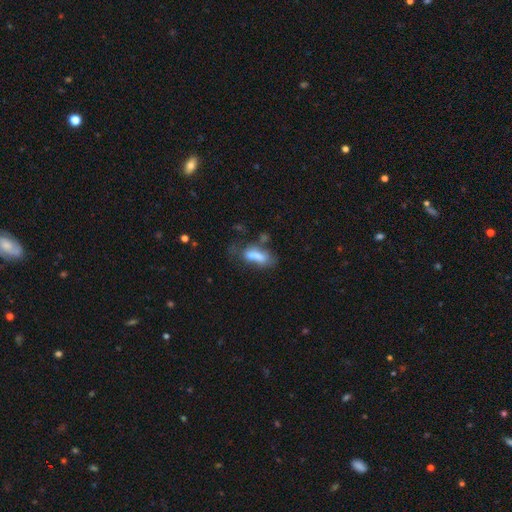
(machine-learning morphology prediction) Smooth or featured: smooth — 61% (featured or disk — 28%)
How rounded: in between — 71% (cigar-shaped — 24%)
Merging: merger — 35% (none — 27%)